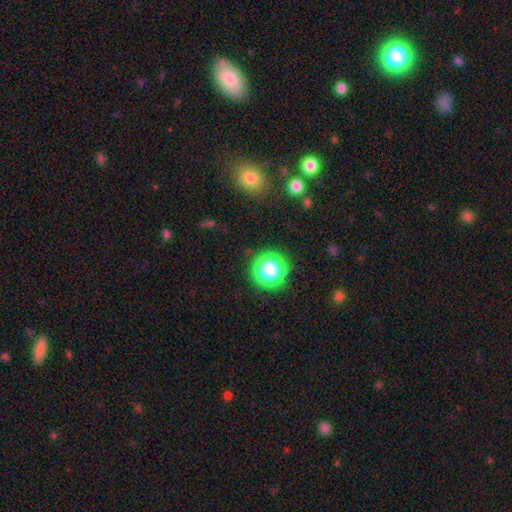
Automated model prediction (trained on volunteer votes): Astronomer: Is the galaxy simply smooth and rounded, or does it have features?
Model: smooth — 47% (runner-up: star or artifact, 46%).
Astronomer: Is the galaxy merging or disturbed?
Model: none — 82%.